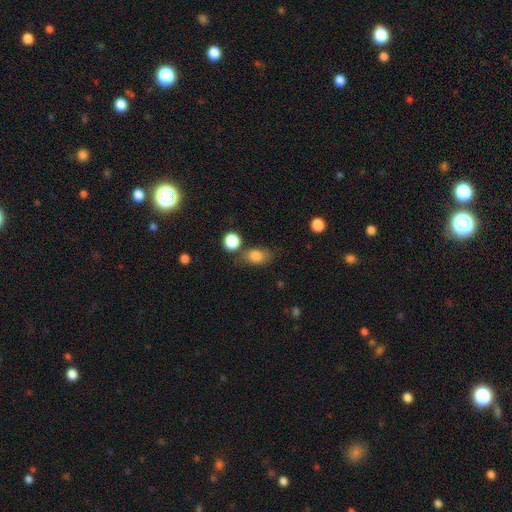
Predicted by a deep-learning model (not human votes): Smooth or featured? Predicted: smooth (p=0.82). How rounded? Predicted: in between (p=0.77). Merging? Predicted: none (p=0.61).